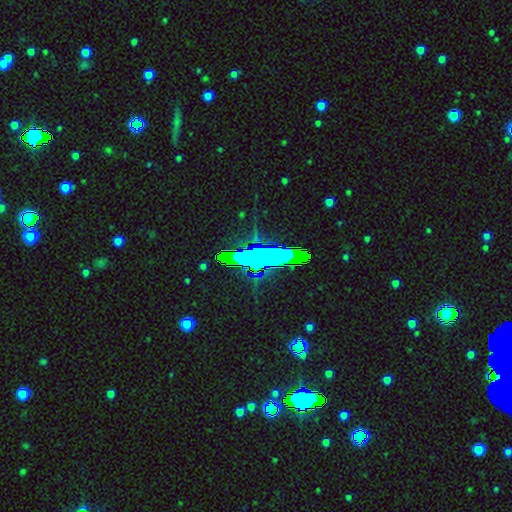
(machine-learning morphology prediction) Q: Smooth or featured?
A: star or artifact (75%); runner-up: smooth (13%)